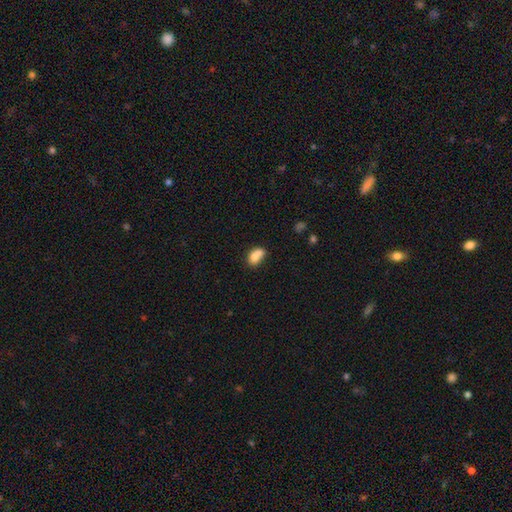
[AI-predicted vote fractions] A smooth galaxy with no disk features (76%) that is in between round and cigar-shaped (77%). Merging: merger (47%).